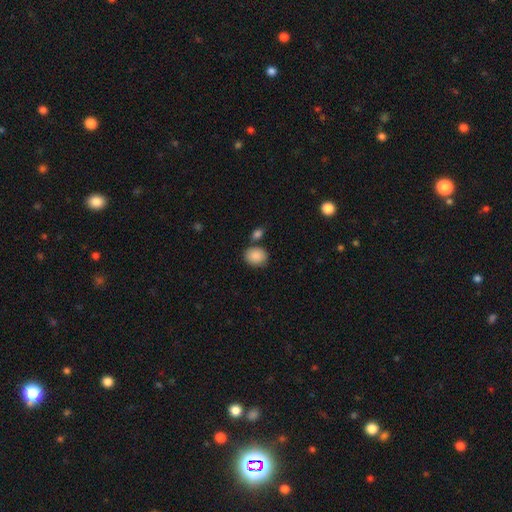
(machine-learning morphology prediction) A smooth galaxy with no disk features (89%) that is round (55%). Merging: none (71%).